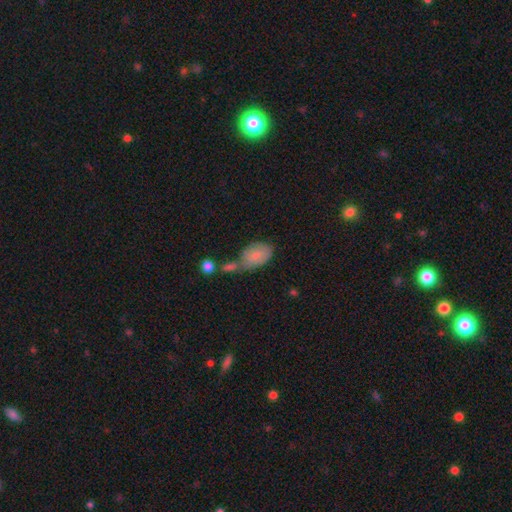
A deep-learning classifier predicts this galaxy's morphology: smooth_or_featured: smooth (p=0.79) [alt: featured or disk p=0.14]
how_rounded: in between (p=0.91) [alt: round p=0.07]
merging: none (p=0.39) [alt: merger p=0.30]